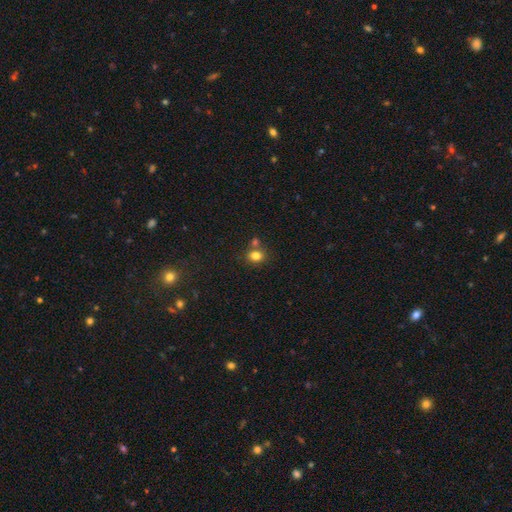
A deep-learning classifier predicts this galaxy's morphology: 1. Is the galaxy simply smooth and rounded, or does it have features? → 81% smooth, 12% star or artifact, 7% featured or disk.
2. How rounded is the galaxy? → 57% round, 42% in between, 1% cigar-shaped.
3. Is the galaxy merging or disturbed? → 63% none, 24% merger, 10% minor disturbance, 3% major disturbance.